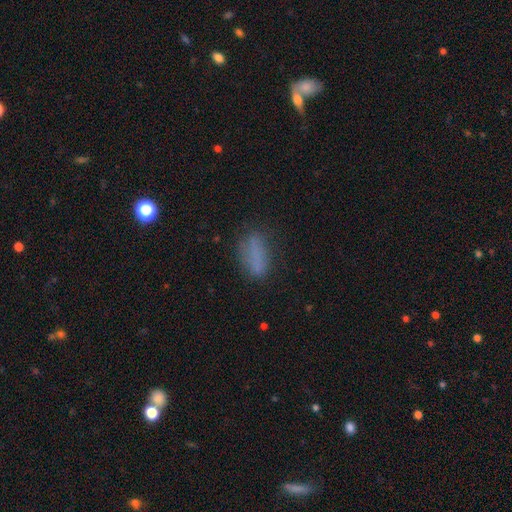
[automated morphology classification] Q: Smooth or featured?
A: smooth (72%); runner-up: featured or disk (15%)
Q: How rounded?
A: in between (66%); runner-up: cigar-shaped (30%)
Q: Merging?
A: none (68%); runner-up: minor disturbance (20%)